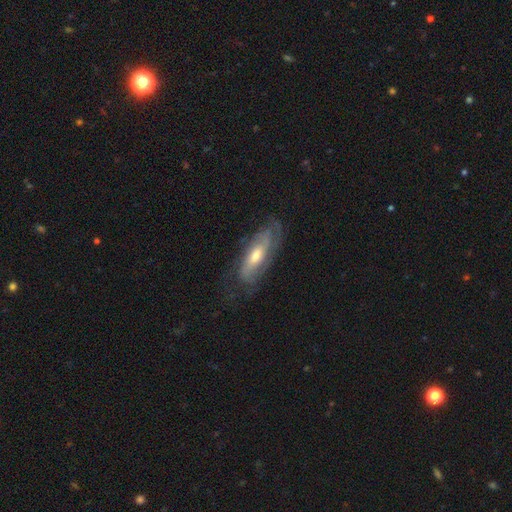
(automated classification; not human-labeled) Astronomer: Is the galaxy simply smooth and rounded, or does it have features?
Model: featured or disk — 69%.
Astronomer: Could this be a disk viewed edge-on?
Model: no — 79%.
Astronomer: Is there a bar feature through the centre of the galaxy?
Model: no — 58%.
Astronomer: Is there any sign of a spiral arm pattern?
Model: yes — 84%.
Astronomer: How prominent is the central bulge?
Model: moderate — 65%.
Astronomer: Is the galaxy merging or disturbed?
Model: none — 63%.